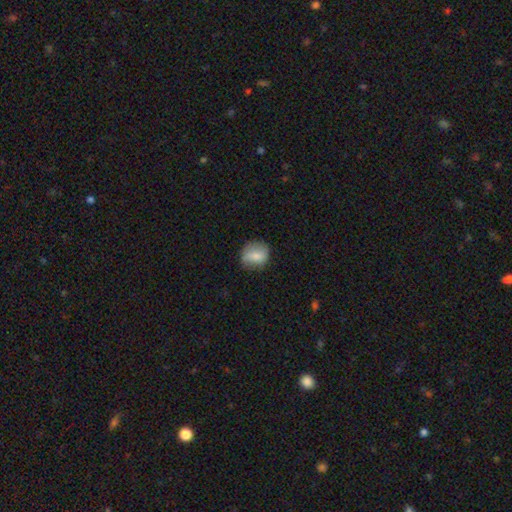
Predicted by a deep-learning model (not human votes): smooth-or-featured: smooth: 75% | featured or disk: 17% | star or artifact: 8%
  how-rounded: round: 70% | in between: 29% | cigar-shaped: 2%
  merging: none: 75% | minor disturbance: 19% | major disturbance: 5% | merger: 1%